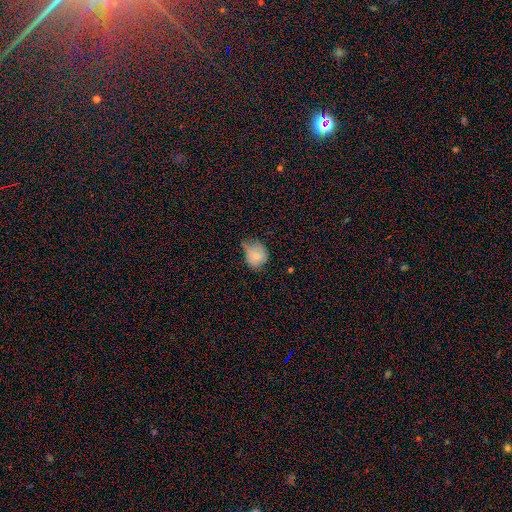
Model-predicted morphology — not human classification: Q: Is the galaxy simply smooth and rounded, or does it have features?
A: smooth — 74%.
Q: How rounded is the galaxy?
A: round — 66%.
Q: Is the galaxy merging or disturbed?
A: minor disturbance — 45%.